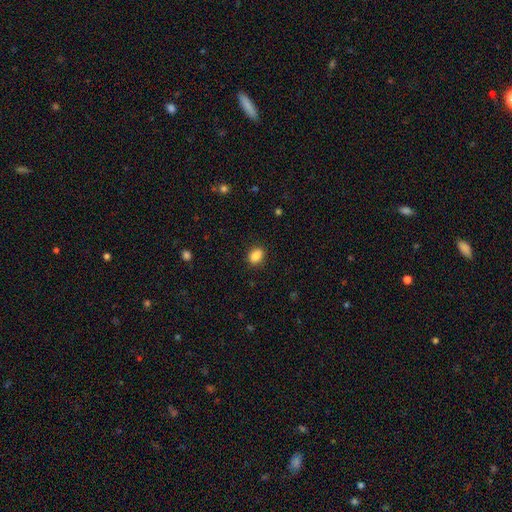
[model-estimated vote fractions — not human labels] A smooth galaxy with no disk features (87%) that is in between round and cigar-shaped (63%). Merging: none (88%).